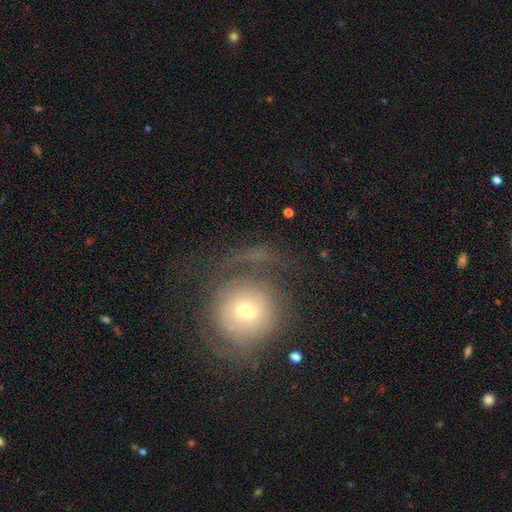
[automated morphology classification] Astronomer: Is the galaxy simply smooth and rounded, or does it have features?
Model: smooth — 43% (runner-up: featured or disk, 41%).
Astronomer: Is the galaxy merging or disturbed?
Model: none — 48% (runner-up: major disturbance, 32%).